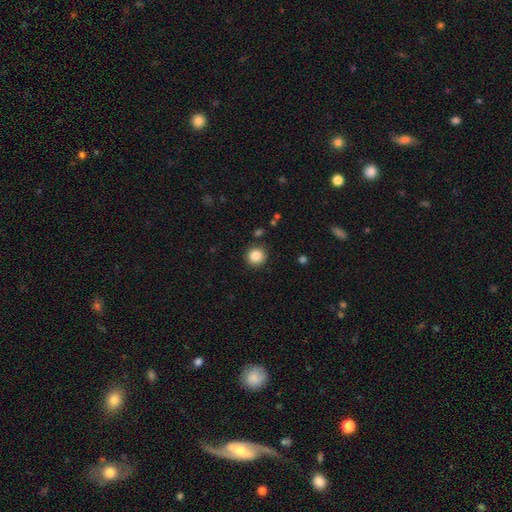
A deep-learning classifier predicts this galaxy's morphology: A smooth galaxy with no disk features (85%) that is round (94%). Merging: none (89%).